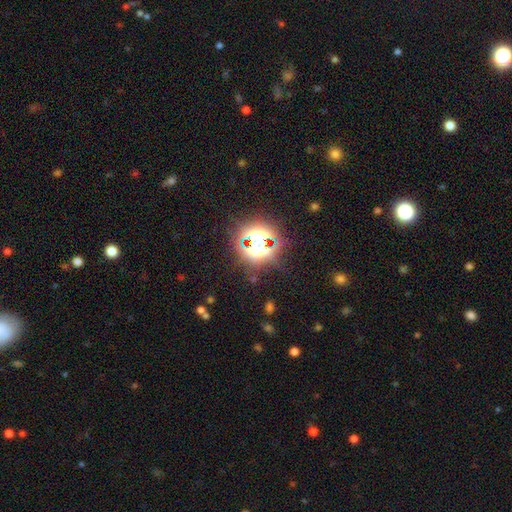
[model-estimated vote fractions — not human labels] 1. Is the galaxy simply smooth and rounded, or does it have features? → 79% star or artifact, 14% smooth, 7% featured or disk.